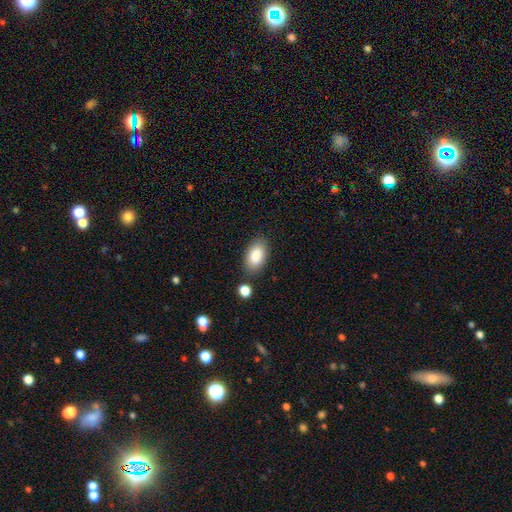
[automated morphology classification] smooth-or-featured: smooth: 87% | star or artifact: 7% | featured or disk: 6%
  how-rounded: in between: 94% | round: 4% | cigar-shaped: 2%
  merging: none: 81% | minor disturbance: 11% | merger: 4% | major disturbance: 3%